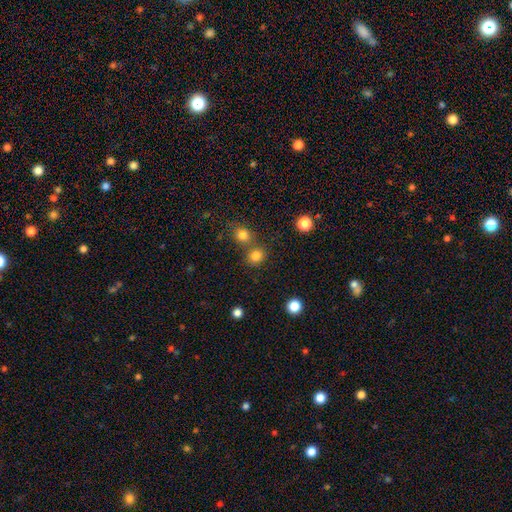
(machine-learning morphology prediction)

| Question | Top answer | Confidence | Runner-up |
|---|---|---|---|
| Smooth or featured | smooth | 81% | star or artifact (14%) |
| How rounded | round | 82% | in between (17%) |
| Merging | none | 66% | merger (23%) |